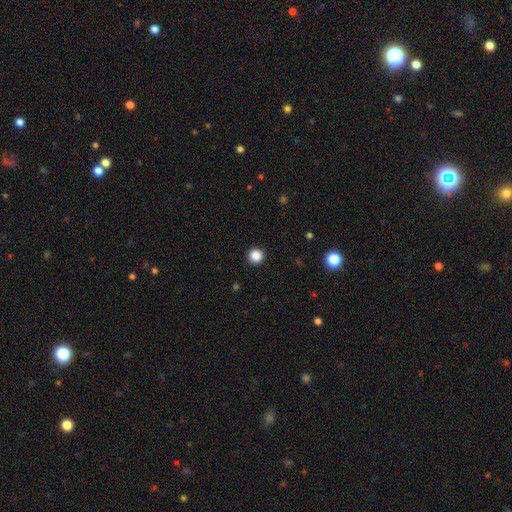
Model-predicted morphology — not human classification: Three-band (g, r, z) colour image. It shows a smooth galaxy with no disk features (86%) that is round (96%). Merging: none (93%).